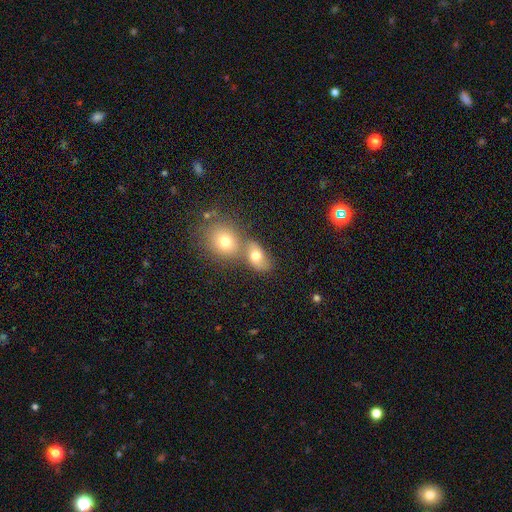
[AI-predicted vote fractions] Q: Smooth or featured?
A: smooth (71%); runner-up: featured or disk (16%)
Q: How rounded?
A: in between (61%); runner-up: round (37%)
Q: Merging?
A: merger (44%); runner-up: none (42%)